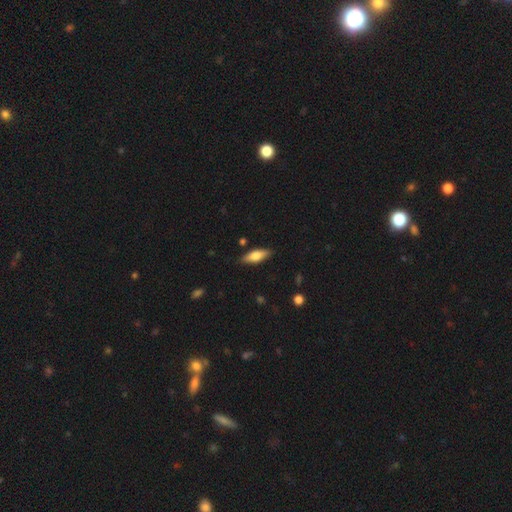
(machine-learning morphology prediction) Q: Smooth or featured?
A: smooth (65%); runner-up: featured or disk (29%)
Q: How rounded?
A: in between (57%); runner-up: cigar-shaped (40%)
Q: Merging?
A: none (85%); runner-up: minor disturbance (11%)